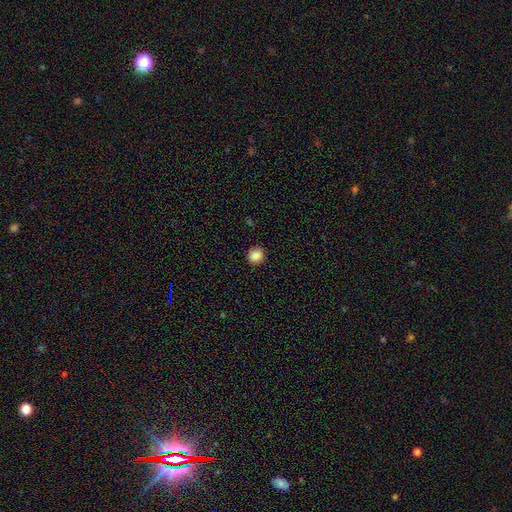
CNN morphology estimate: Smooth or featured? smooth (87%)
How rounded? round (89%)
Merging? none (89%)